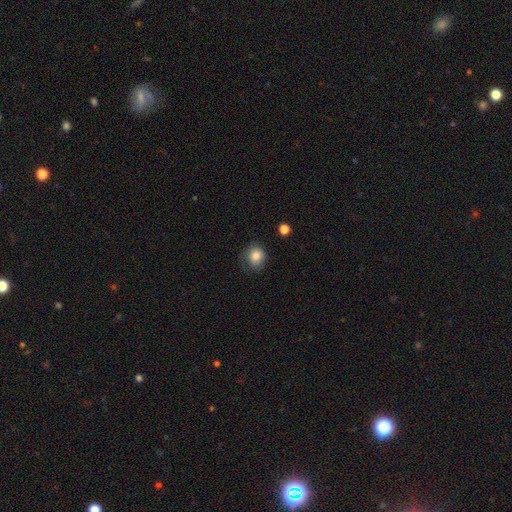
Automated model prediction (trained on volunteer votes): Q: Smooth or featured?
A: smooth (84%); runner-up: star or artifact (10%)
Q: How rounded?
A: round (74%); runner-up: in between (25%)
Q: Merging?
A: none (69%); runner-up: minor disturbance (23%)